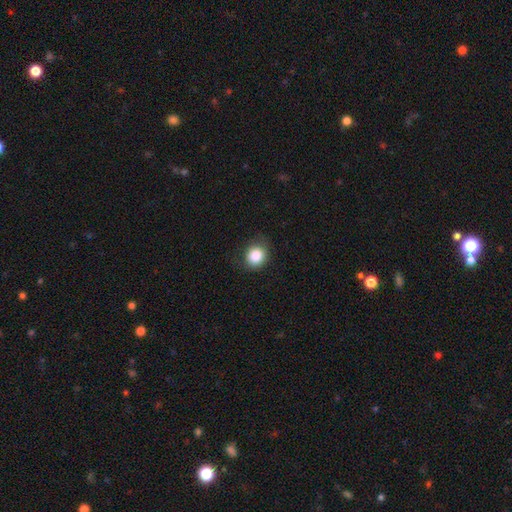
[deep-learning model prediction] Q: Smooth or featured?
A: smooth (86%); runner-up: star or artifact (9%)
Q: How rounded?
A: round (72%); runner-up: in between (27%)
Q: Merging?
A: none (79%); runner-up: minor disturbance (16%)